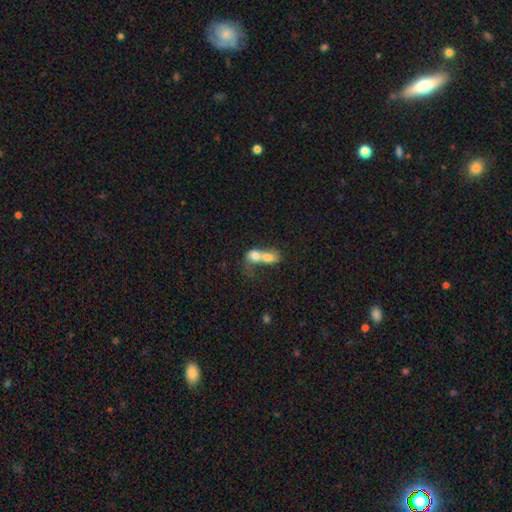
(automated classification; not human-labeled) This is likely a smooth galaxy (69%). How rounded: likely in between (61%). Merging: clearly merger (83%).